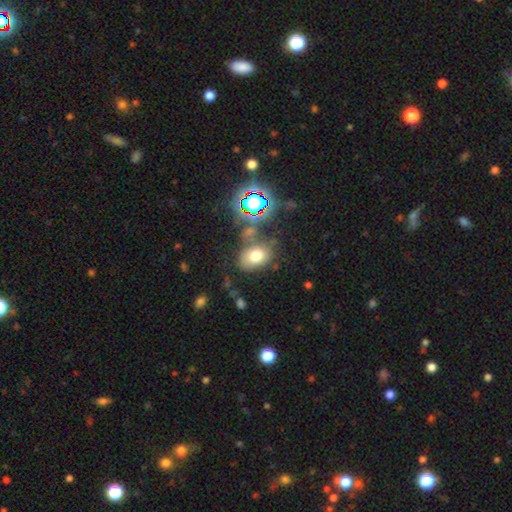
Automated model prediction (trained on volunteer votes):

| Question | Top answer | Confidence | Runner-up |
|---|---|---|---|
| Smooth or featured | smooth | 67% | star or artifact (18%) |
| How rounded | in between | 75% | round (24%) |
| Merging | none | 61% | minor disturbance (17%) |